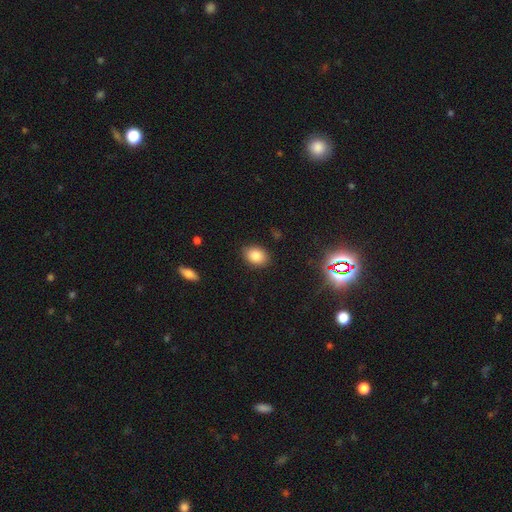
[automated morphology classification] A smooth galaxy with no disk features (85%) that is in between round and cigar-shaped (72%).

Vote fractions:
- Smooth or featured? smooth: 85% / star or artifact: 9% / featured or disk: 6%
- How rounded? in between: 72% / round: 27% / cigar-shaped: 1%
- Merging? none: 86% / minor disturbance: 10% / major disturbance: 2% / merger: 1%